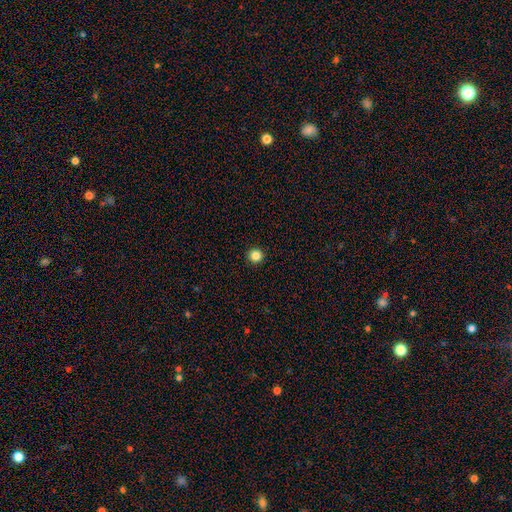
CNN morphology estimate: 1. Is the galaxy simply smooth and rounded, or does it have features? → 84% smooth, 12% star or artifact, 4% featured or disk.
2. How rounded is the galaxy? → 96% round, 3% in between, 1% cigar-shaped.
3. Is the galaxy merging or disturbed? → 94% none, 4% minor disturbance, 1% major disturbance, 1% merger.